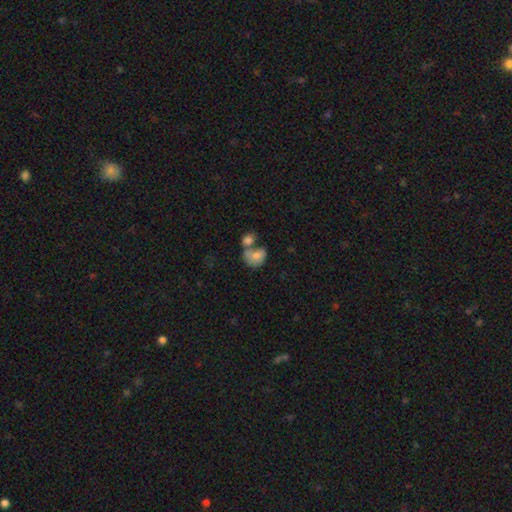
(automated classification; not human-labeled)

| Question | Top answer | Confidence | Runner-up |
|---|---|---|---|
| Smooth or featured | smooth | 72% | featured or disk (20%) |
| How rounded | in between | 59% | round (40%) |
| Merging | merger | 60% | none (21%) |